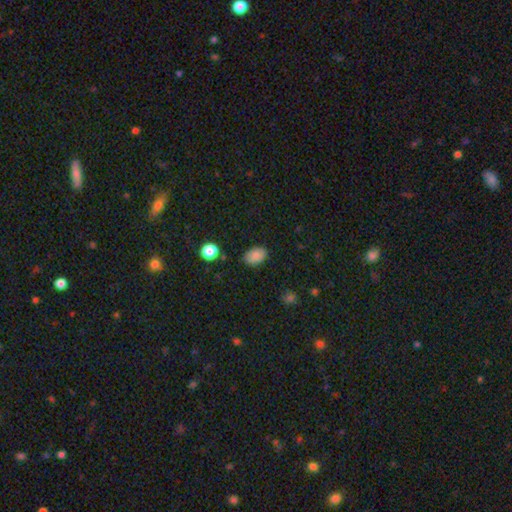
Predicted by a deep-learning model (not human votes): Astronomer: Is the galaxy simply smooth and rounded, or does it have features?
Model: smooth — 84%.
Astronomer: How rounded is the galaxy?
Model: in between — 83%.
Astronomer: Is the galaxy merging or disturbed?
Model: none — 81%.